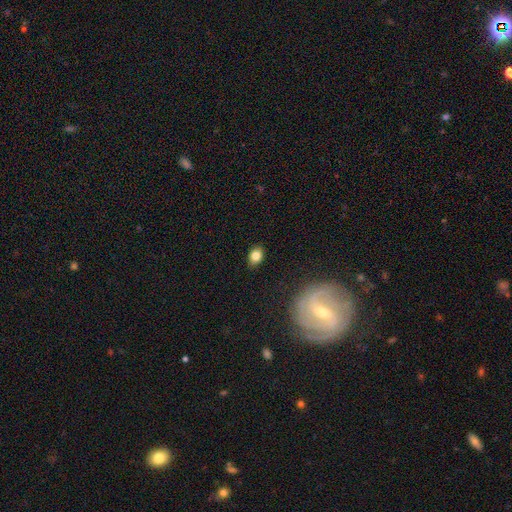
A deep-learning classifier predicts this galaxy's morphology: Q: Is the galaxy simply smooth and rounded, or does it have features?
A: smooth — 80%.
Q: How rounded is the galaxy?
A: in between — 75%.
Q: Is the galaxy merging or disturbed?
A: none — 86%.